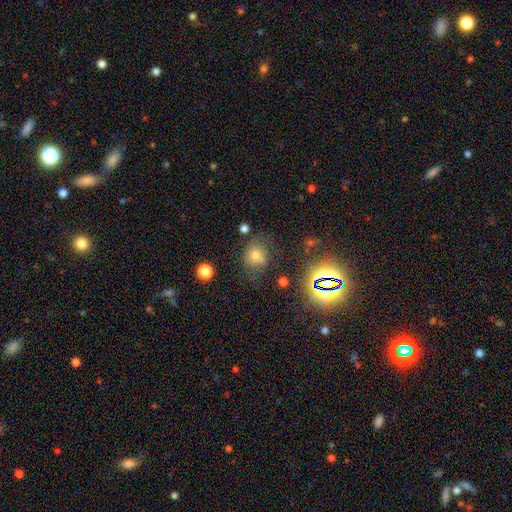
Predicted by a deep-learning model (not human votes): Q: Smooth or featured?
A: smooth (54%); runner-up: star or artifact (31%)
Q: How rounded?
A: round (63%); runner-up: in between (35%)
Q: Merging?
A: none (64%); runner-up: minor disturbance (21%)